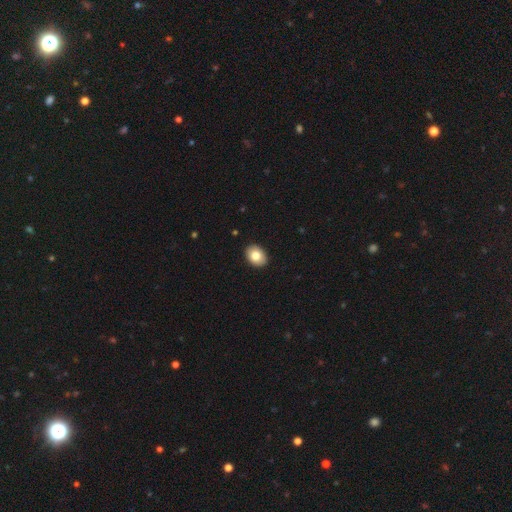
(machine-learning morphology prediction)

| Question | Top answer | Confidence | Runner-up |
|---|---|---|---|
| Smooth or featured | smooth | 82% | featured or disk (10%) |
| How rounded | in between | 71% | round (28%) |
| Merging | none | 91% | minor disturbance (7%) |